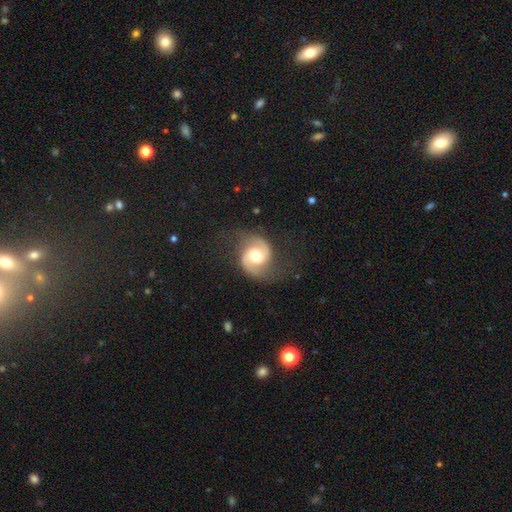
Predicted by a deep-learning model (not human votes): Overall: featured or disk (84%). Edge-on disk: no (98%). Bar: no (57%; weak 34%). Spiral arms: yes (96%). Spiral arm count: 2 (93%). Spiral winding: medium (50%; loose 33%). Bulge size: moderate (70%). Merging: none (71%).